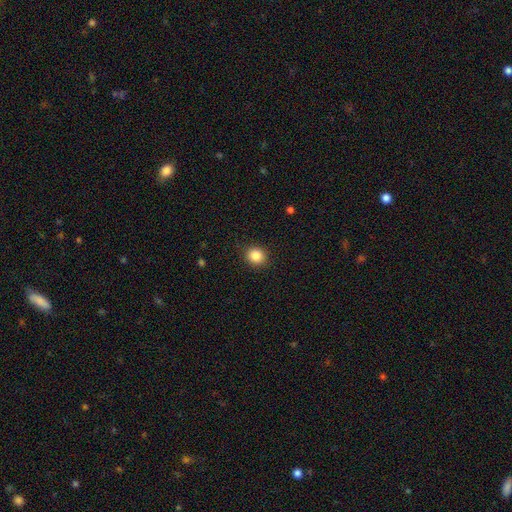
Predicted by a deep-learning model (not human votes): This appears to be a smooth galaxy with no disk features (86%) that is round (81%). Merging: none (90%).